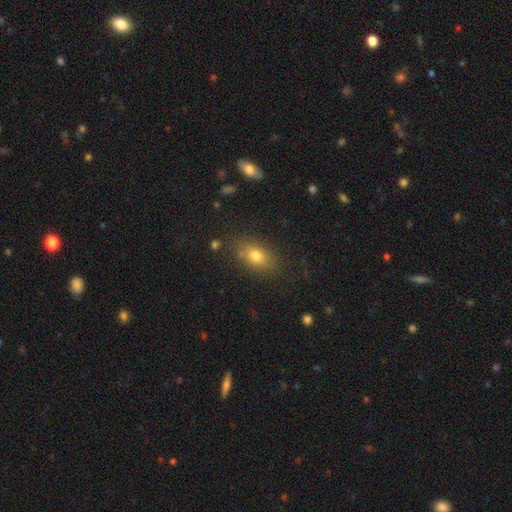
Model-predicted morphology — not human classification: smooth 76%, star or artifact 12%, featured or disk 12%. Down the decision tree: how rounded — in between (79%); merging — none (81%).